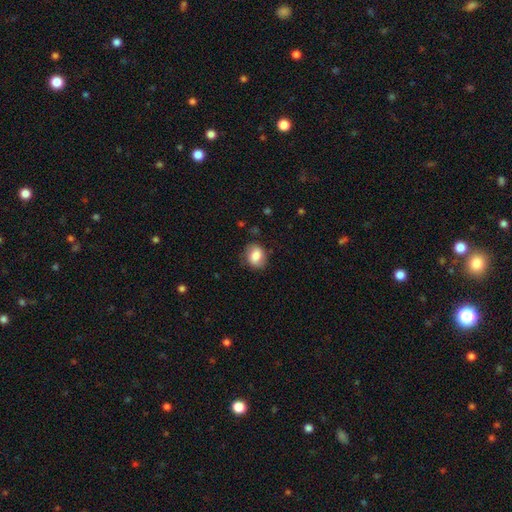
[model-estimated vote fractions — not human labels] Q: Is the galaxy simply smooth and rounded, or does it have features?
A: smooth — 81%.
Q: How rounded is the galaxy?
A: in between — 50%.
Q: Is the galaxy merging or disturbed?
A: none — 75%.